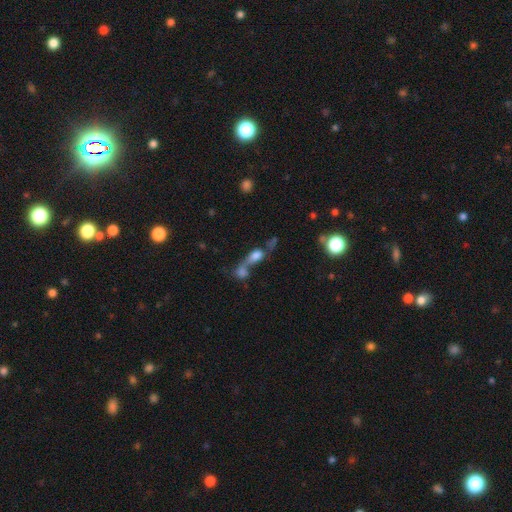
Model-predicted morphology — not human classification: Q: Smooth or featured?
A: smooth (58%); runner-up: featured or disk (26%)
Q: How rounded?
A: in between (64%); runner-up: round (21%)
Q: Merging?
A: merger (69%); runner-up: none (16%)